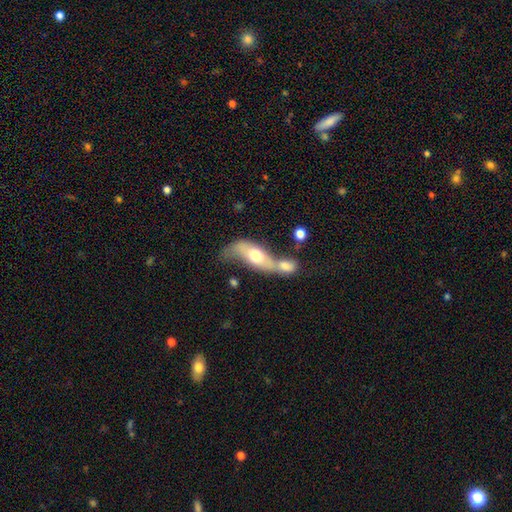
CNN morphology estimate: Smooth or featured? smooth (53%)
How rounded? in between (75%)
Merging? merger (58%)